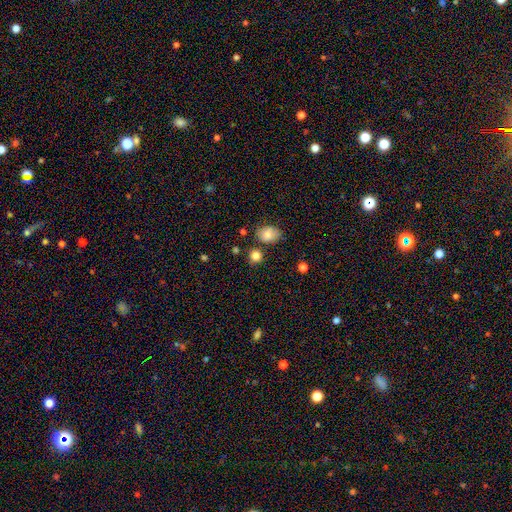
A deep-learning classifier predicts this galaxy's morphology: This appears to be a smooth galaxy with no disk features (83%) that is round (80%). Merging: none (75%).